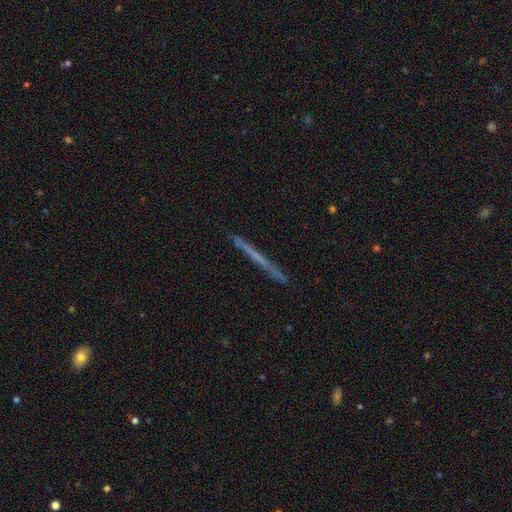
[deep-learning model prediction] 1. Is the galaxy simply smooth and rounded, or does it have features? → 52% featured or disk, 41% smooth, 6% star or artifact.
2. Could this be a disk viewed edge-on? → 97% yes, 3% no.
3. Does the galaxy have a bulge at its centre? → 90% none, 7% rounded, 3% boxy.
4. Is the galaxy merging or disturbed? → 90% none, 7% minor disturbance, 1% major disturbance, 1% merger.